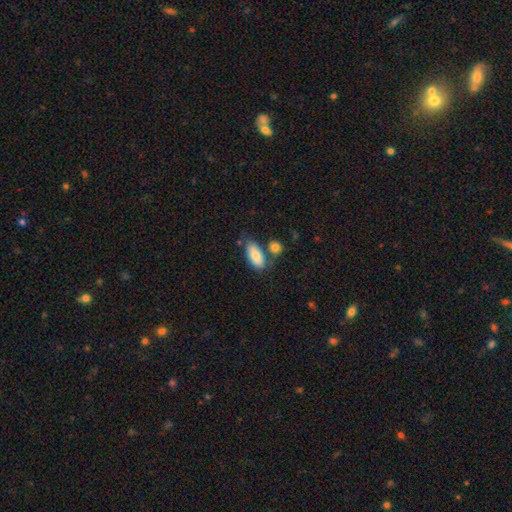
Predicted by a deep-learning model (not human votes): smooth-or-featured: smooth: 83% | featured or disk: 11% | star or artifact: 6%
  how-rounded: in between: 89% | cigar-shaped: 8% | round: 3%
  merging: none: 58% | merger: 21% | minor disturbance: 16% | major disturbance: 5%